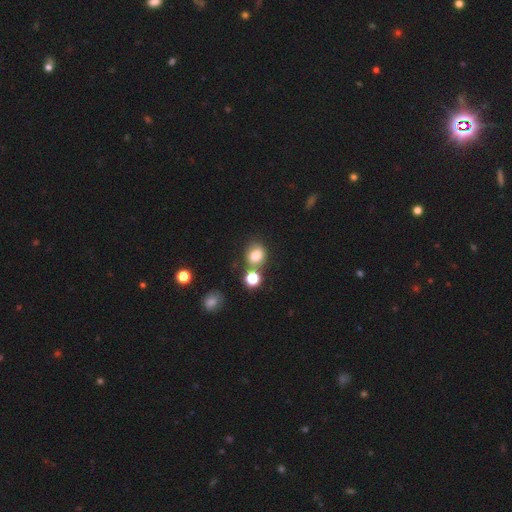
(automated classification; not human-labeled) smooth-or-featured: smooth: 76% | star or artifact: 14% | featured or disk: 10%
  how-rounded: round: 62% | in between: 37% | cigar-shaped: 1%
  merging: none: 59% | merger: 20% | minor disturbance: 15% | major disturbance: 6%